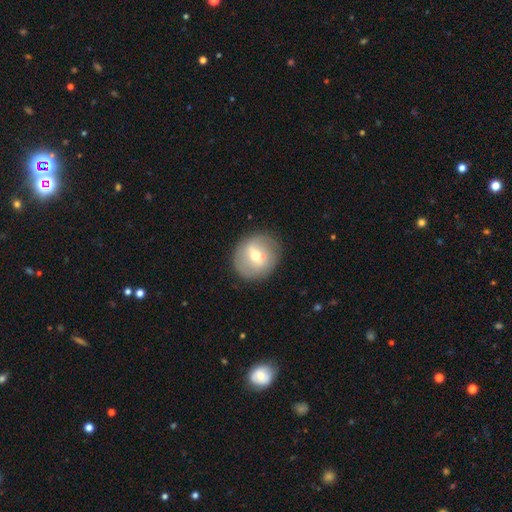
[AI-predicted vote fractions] This appears to be a smooth galaxy with no disk features (46%, tied with featured or disk). Merging: none (83%).